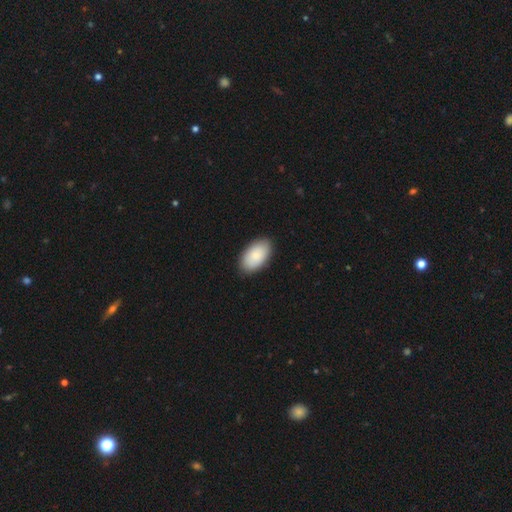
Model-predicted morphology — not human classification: A smooth galaxy with no disk features (85%) that is in between round and cigar-shaped (96%).

Vote fractions:
- Smooth or featured? smooth: 85% / featured or disk: 9% / star or artifact: 6%
- How rounded? in between: 96% / round: 3% / cigar-shaped: 1%
- Merging? none: 89% / minor disturbance: 9% / major disturbance: 2% / merger: 1%